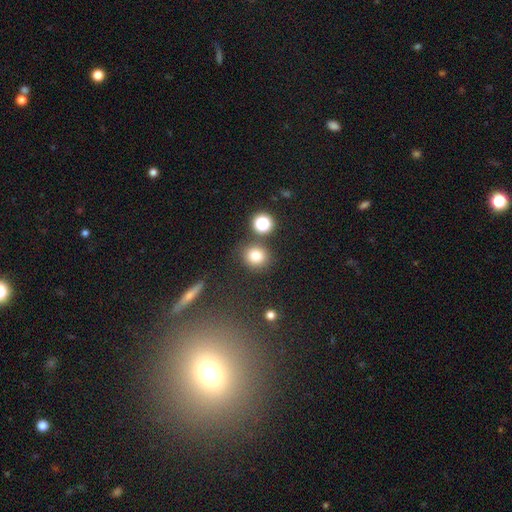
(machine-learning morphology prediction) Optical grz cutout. It shows a smooth galaxy with no disk features (80%) that is round (81%). Merging: none (77%).